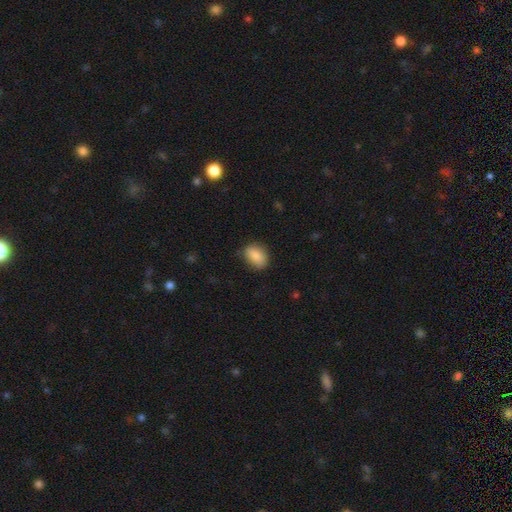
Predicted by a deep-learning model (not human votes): A smooth galaxy with no disk features (87%) that is in between round and cigar-shaped (79%). Merging: none (74%).